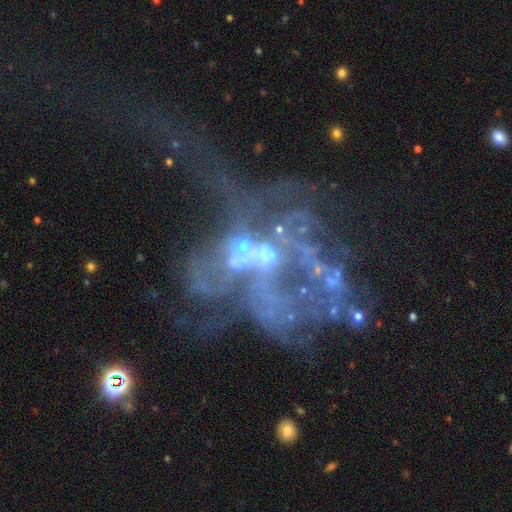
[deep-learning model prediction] featured or disk 69%, star or artifact 21%, smooth 9%. Down the decision tree: edge-on disk — no (97%); bar — no (82%); spiral arms — no (71%); bulge size — none (41%); merging — major disturbance (38%).